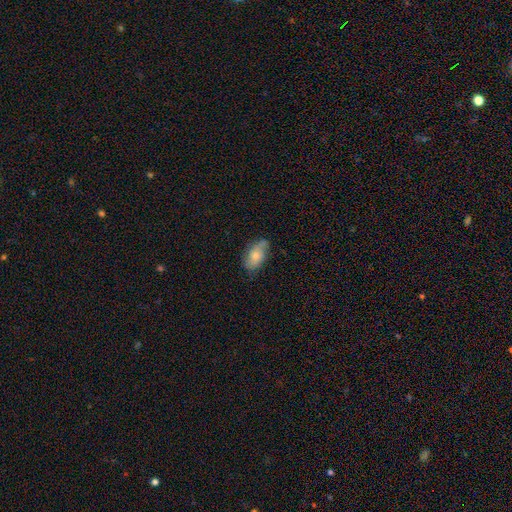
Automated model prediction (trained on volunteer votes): The model was most divided on "smooth or featured": smooth: 56%, featured or disk: 37%, star or artifact: 7%. More confident: how rounded — in between (91%); merging — none (67%).